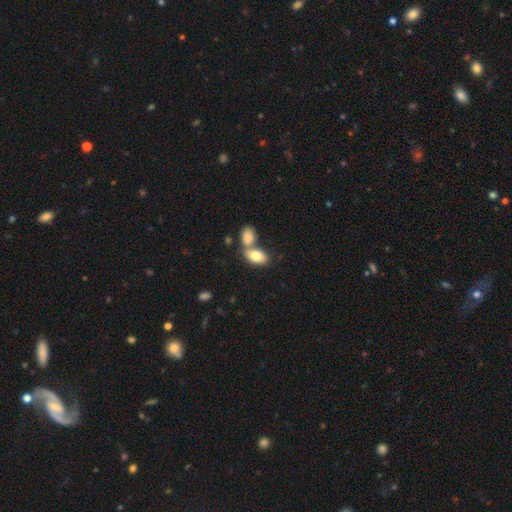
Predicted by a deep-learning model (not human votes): Overall: smooth (80%). How rounded: in between (92%). Merging: merger (52%; none 37%).